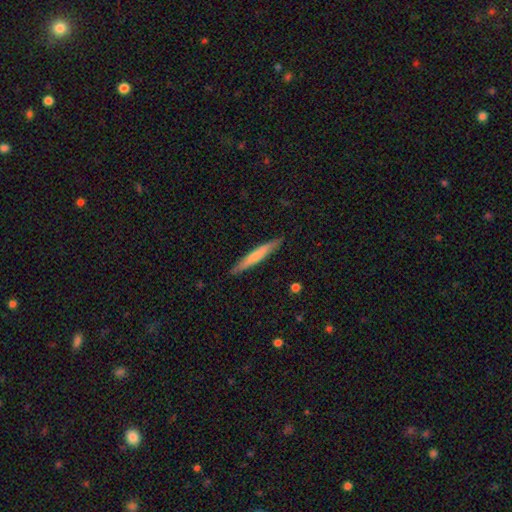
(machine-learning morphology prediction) Overall: smooth (62%; featured or disk 32%). How rounded: cigar-shaped (95%). Merging: none (89%).